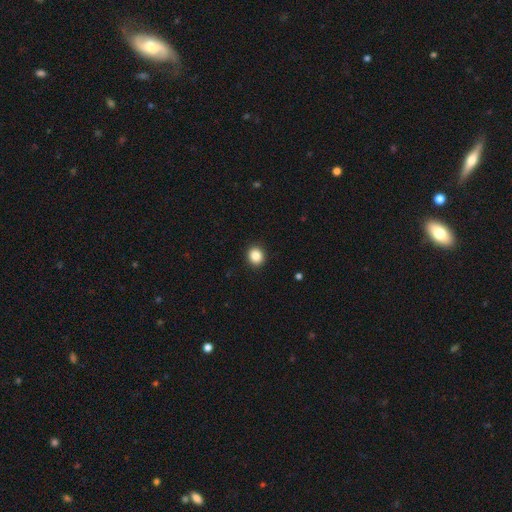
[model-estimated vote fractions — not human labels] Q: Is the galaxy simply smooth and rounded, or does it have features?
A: smooth — 87%.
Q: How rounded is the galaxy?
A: round — 80%.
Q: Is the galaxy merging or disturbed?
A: none — 92%.